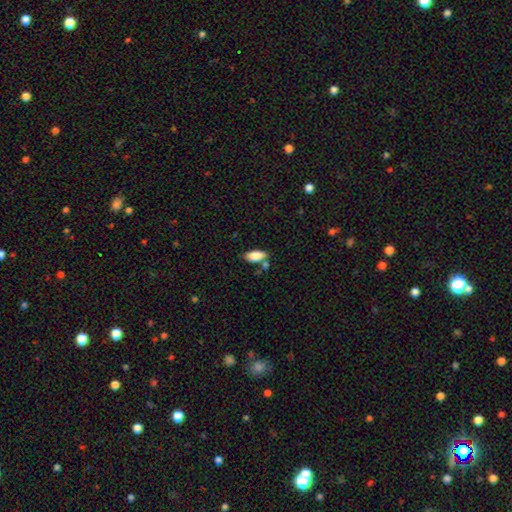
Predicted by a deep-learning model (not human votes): The model was most divided on "merging": none: 65%, minor disturbance: 16%, merger: 15%, major disturbance: 4%. More confident: how rounded — in between (89%); smooth or featured — smooth (87%).